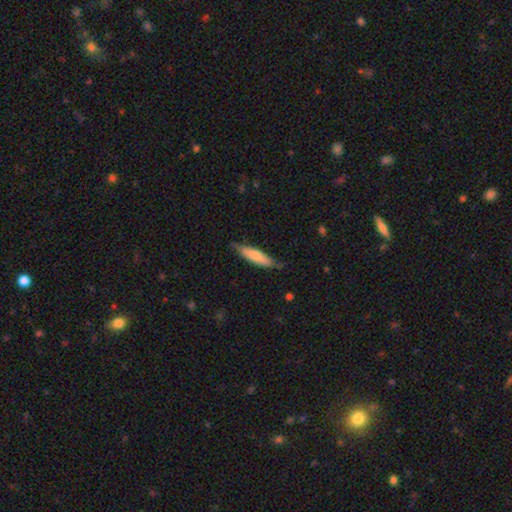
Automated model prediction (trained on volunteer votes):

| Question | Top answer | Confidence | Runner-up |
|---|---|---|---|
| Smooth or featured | smooth | 68% | featured or disk (27%) |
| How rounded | cigar-shaped | 72% | in between (27%) |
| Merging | none | 70% | minor disturbance (25%) |